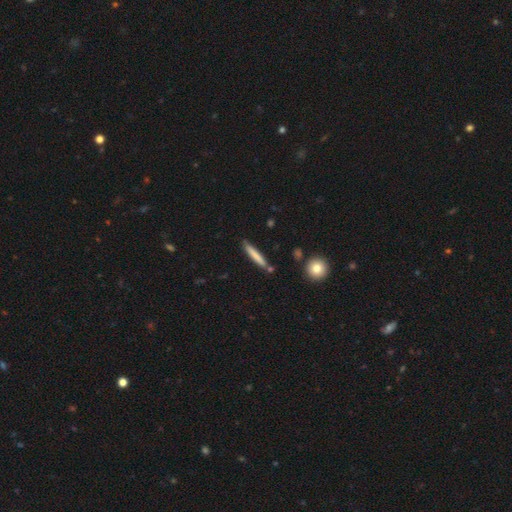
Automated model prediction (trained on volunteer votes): A smooth galaxy with no disk features (72%) that is cigar-shaped (94%).

Vote fractions:
- Smooth or featured? smooth: 72% / featured or disk: 22% / star or artifact: 6%
- How rounded? cigar-shaped: 94% / in between: 5% / round: 1%
- Merging? none: 82% / minor disturbance: 11% / merger: 5% / major disturbance: 2%